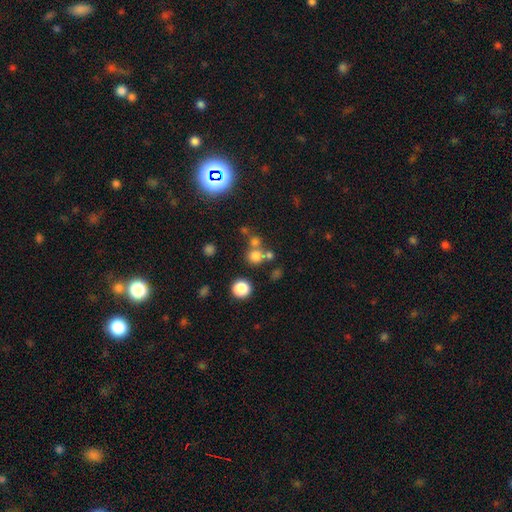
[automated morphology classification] The model was most divided on "merging": none: 56%, merger: 32%, minor disturbance: 8%, major disturbance: 4%. More confident: how rounded — round (87%); smooth or featured — smooth (67%).